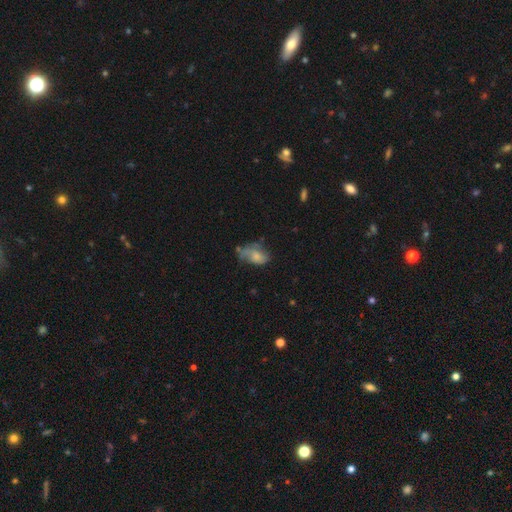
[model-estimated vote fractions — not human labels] Smooth or featured? Predicted: smooth (p=0.63). How rounded? Predicted: in between (p=0.88). Merging? Predicted: none (p=0.33, tied with minor disturbance).